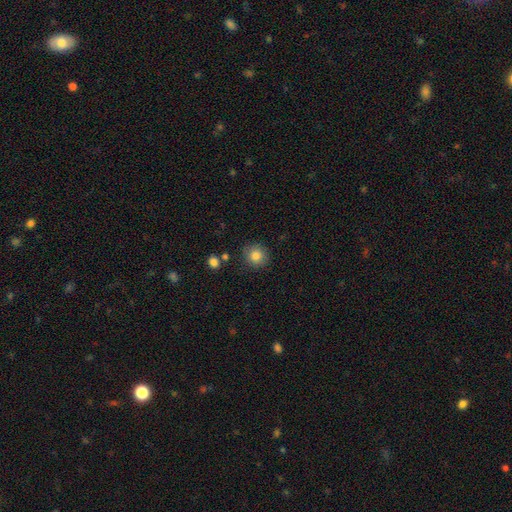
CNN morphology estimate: A smooth galaxy with no disk features (84%) that is round (89%).

Vote fractions:
- Smooth or featured? smooth: 84% / star or artifact: 10% / featured or disk: 6%
- How rounded? round: 89% / in between: 10% / cigar-shaped: 1%
- Merging? none: 84% / minor disturbance: 10% / major disturbance: 3% / merger: 3%